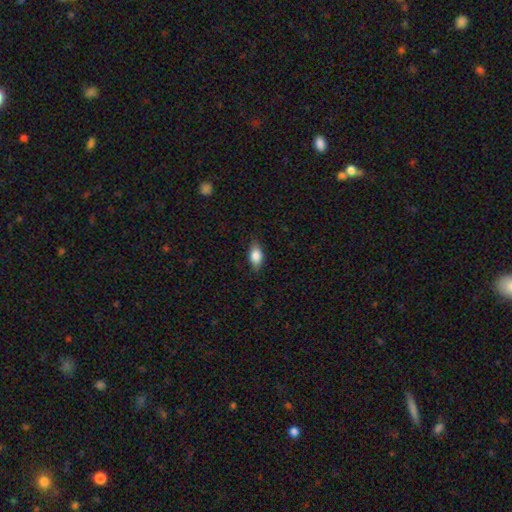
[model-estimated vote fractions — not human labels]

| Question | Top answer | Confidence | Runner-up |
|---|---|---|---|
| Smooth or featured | smooth | 82% | featured or disk (11%) |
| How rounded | in between | 87% | cigar-shaped (7%) |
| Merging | none | 83% | minor disturbance (13%) |